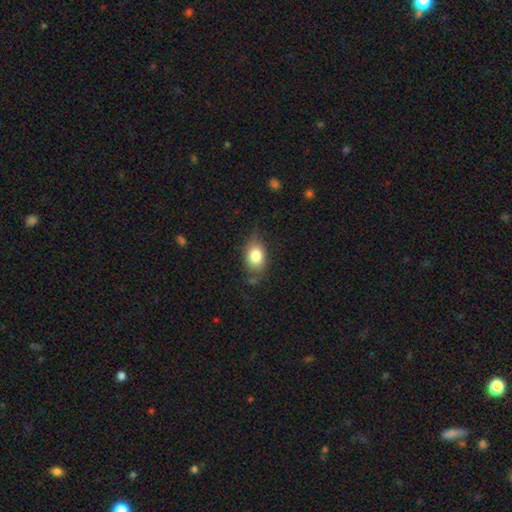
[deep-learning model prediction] This appears to be a smooth galaxy with no disk features (79%) that is in between round and cigar-shaped (77%). Merging: none (66%).